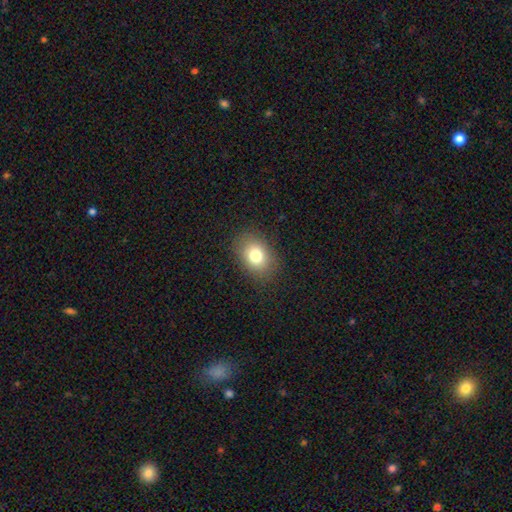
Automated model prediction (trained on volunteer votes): The model was most divided on "how rounded": in between: 69%, round: 30%, cigar-shaped: 1%. More confident: merging — none (86%); smooth or featured — smooth (78%).